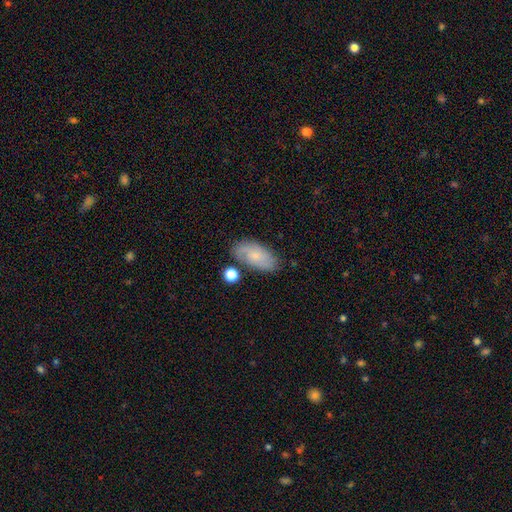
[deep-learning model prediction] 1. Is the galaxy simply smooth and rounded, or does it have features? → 57% smooth, 35% featured or disk, 8% star or artifact.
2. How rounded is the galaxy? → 91% in between, 5% cigar-shaped, 5% round.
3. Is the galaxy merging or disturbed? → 69% none, 19% minor disturbance, 7% merger, 5% major disturbance.